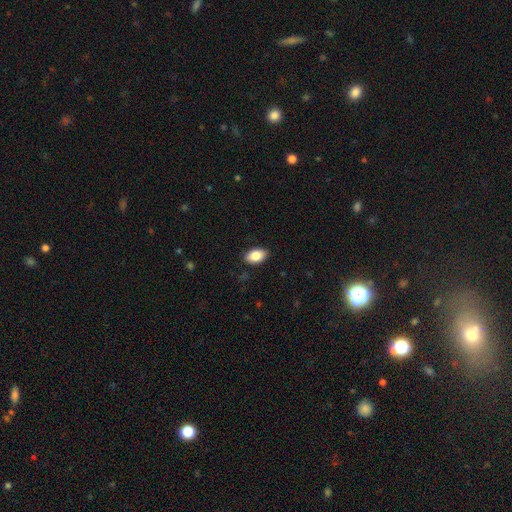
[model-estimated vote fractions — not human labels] Overall: smooth (85%). How rounded: in between (93%). Merging: none (88%).